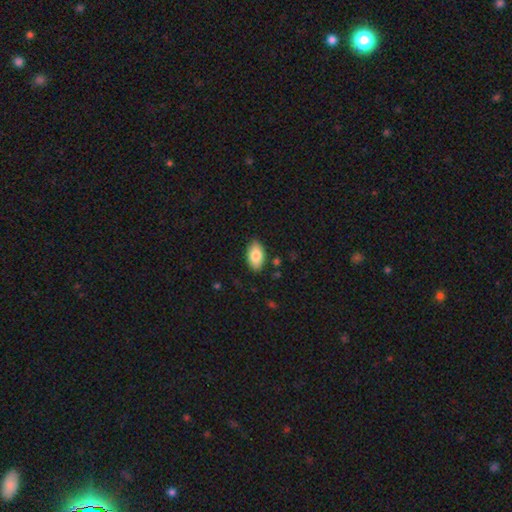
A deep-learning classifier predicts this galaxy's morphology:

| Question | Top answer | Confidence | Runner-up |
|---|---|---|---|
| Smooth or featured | smooth | 82% | featured or disk (11%) |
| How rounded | in between | 94% | round (5%) |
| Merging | none | 86% | minor disturbance (10%) |